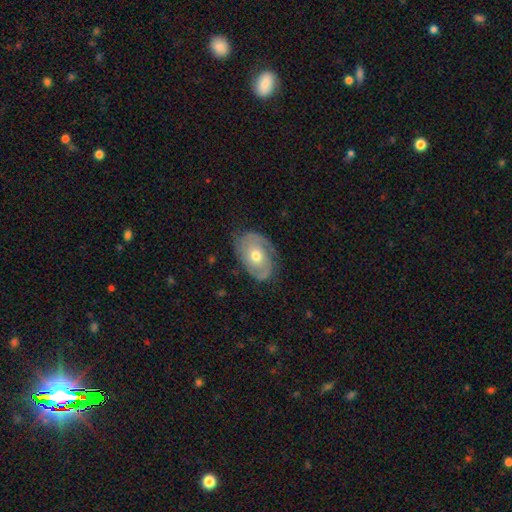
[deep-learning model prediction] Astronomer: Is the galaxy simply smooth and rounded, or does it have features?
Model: featured or disk — 73%.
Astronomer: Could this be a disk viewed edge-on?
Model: no — 95%.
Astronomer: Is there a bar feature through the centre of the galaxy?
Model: no — 78%.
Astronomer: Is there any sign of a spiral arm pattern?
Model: yes — 86%.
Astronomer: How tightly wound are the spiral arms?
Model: tight — 53% (runner-up: medium, 34%).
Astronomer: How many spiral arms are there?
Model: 2 — 67%.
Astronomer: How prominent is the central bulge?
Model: moderate — 71%.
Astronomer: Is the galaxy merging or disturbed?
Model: none — 73%.